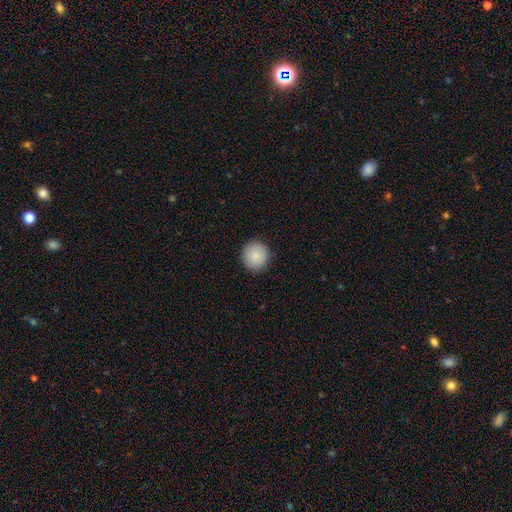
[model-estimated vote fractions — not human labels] A smooth galaxy with no disk features (87%) that is round (94%). Merging: none (91%).